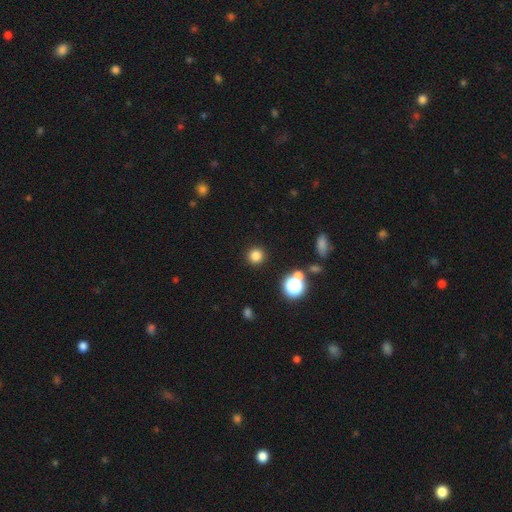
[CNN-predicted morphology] A smooth galaxy with no disk features (79%) that is round (94%).

Vote fractions:
- Smooth or featured? smooth: 79% / star or artifact: 16% / featured or disk: 5%
- How rounded? round: 94% / in between: 5% / cigar-shaped: 1%
- Merging? none: 90% / minor disturbance: 5% / major disturbance: 2% / merger: 2%